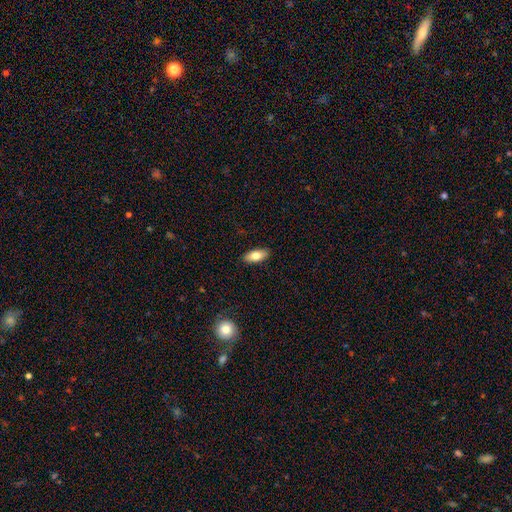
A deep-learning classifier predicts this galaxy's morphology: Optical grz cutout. It shows a smooth galaxy with no disk features (79%) that is in between round and cigar-shaped (85%). Merging: none (89%).